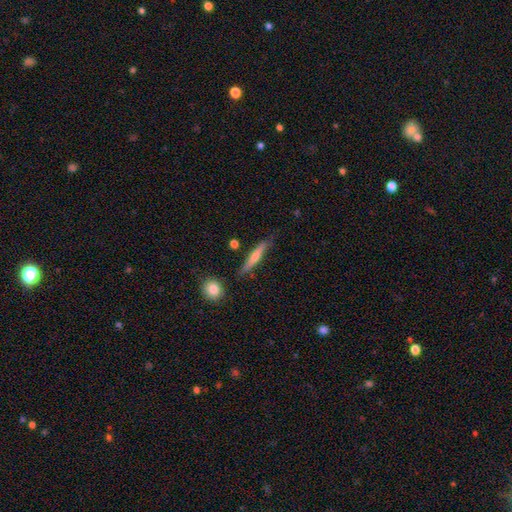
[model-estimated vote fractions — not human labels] Smooth or featured? Predicted: smooth (p=0.47). Merging? Predicted: none (p=0.81).